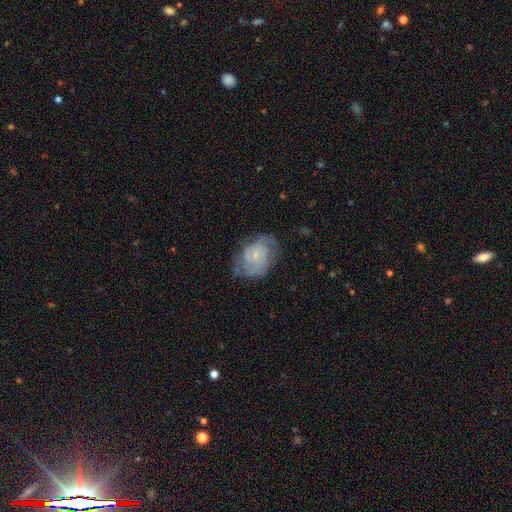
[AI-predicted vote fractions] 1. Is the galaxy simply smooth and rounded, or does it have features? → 71% featured or disk, 22% smooth, 7% star or artifact.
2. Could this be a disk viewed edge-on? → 98% no, 2% yes.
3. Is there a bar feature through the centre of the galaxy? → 72% no, 25% weak, 4% strong.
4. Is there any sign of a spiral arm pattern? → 88% yes, 12% no.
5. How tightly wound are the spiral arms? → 46% tight, 40% medium, 14% loose.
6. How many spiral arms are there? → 47% 2, 29% can't tell, 12% 3, 4% 1, 4% 4, 3% more than 4.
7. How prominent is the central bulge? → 73% small, 18% moderate, 6% none, 1% large, 1% dominant.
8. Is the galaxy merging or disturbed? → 60% none, 25% minor disturbance, 13% major disturbance, 2% merger.